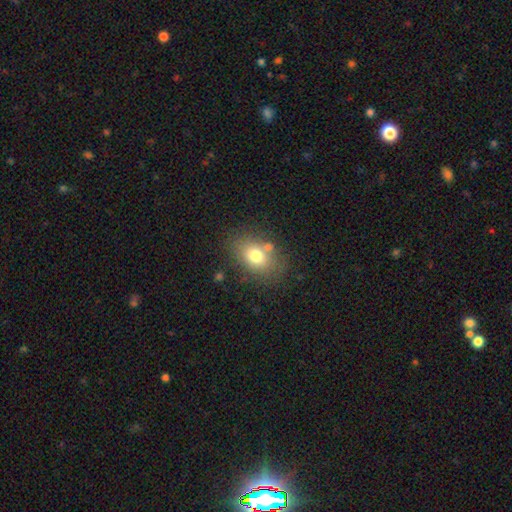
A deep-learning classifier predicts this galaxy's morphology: The model was most divided on "how rounded": in between: 74%, round: 25%, cigar-shaped: 1%. More confident: smooth or featured — smooth (75%); merging — none (71%).